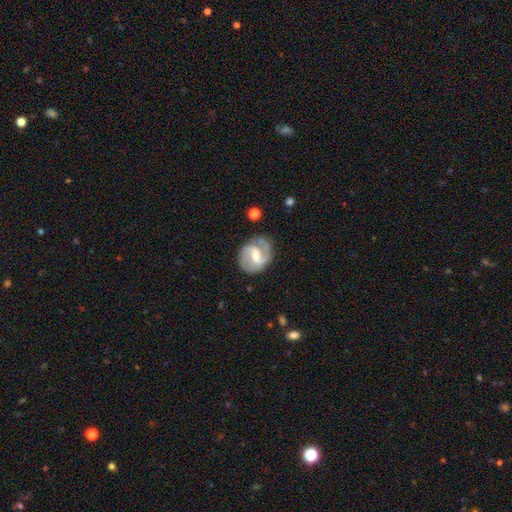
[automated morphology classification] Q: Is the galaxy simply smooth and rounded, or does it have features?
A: featured or disk — 84%.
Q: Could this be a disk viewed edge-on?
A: no — 98%.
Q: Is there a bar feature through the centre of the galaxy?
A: weak — 55%.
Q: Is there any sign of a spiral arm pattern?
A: yes — 95%.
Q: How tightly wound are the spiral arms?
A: medium — 53%.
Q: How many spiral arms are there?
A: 2 — 85%.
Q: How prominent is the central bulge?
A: moderate — 53%.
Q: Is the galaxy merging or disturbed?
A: none — 74%.